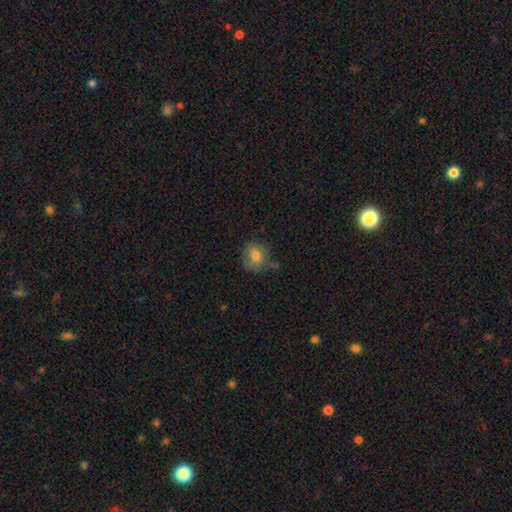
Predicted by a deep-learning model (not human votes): A smooth galaxy with no disk features (77%) that is round (66%). Merging: none (62%).